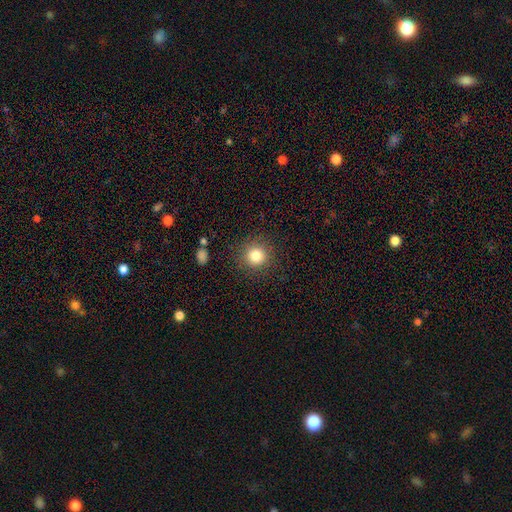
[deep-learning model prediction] Q: Smooth or featured?
A: smooth (82%); runner-up: star or artifact (12%)
Q: How rounded?
A: round (93%); runner-up: in between (6%)
Q: Merging?
A: none (88%); runner-up: minor disturbance (7%)